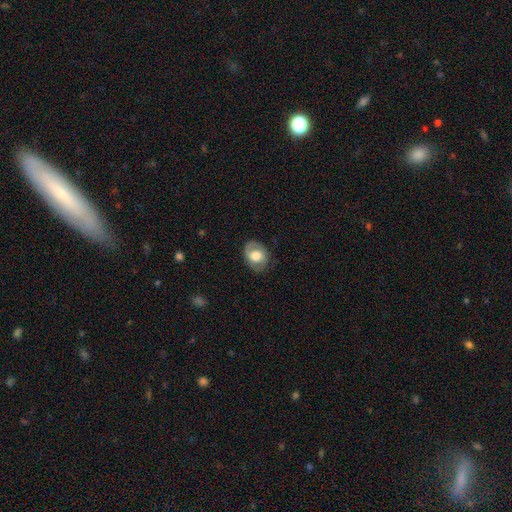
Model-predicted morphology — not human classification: The model was most divided on "smooth or featured": smooth: 56%, featured or disk: 37%, star or artifact: 8%. More confident: merging — none (72%); how rounded — in between (60%).